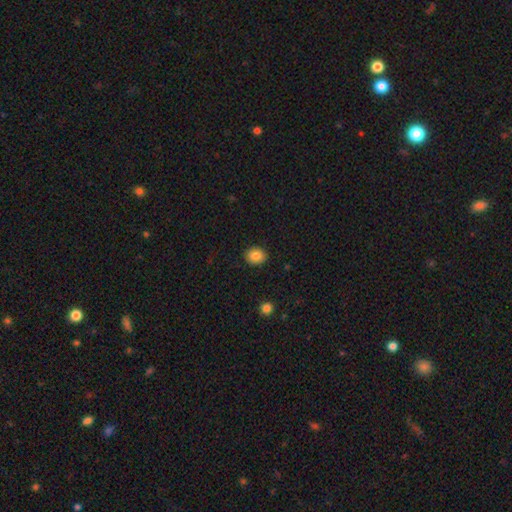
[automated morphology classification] type=smooth (85%); roundness=round (55%); merging=none (89%).